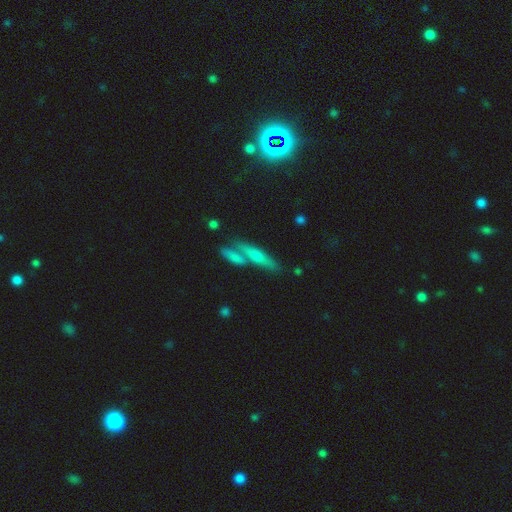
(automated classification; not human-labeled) Morphology: type=smooth (47%); merging=none (56%).